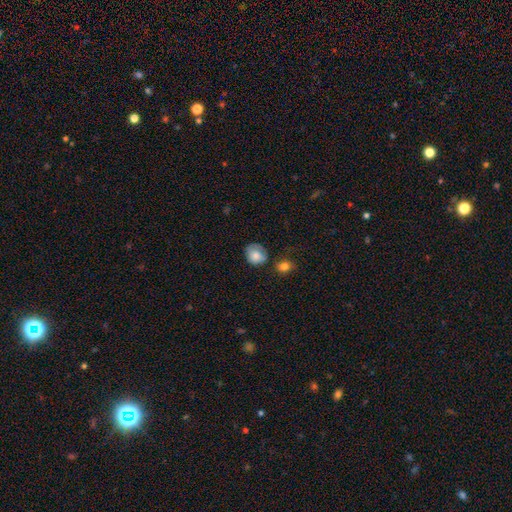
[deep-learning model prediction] A smooth galaxy with no disk features (79%) that is round (69%). Merging: none (53%).